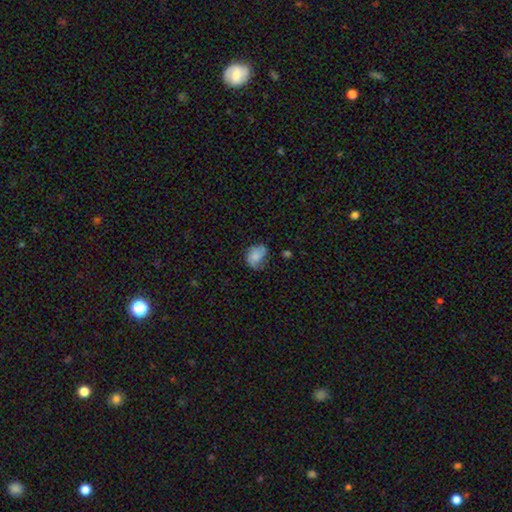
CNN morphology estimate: Overall: smooth (71%). How rounded: in between (66%; round 33%). Merging: none (45%; minor disturbance 37%).